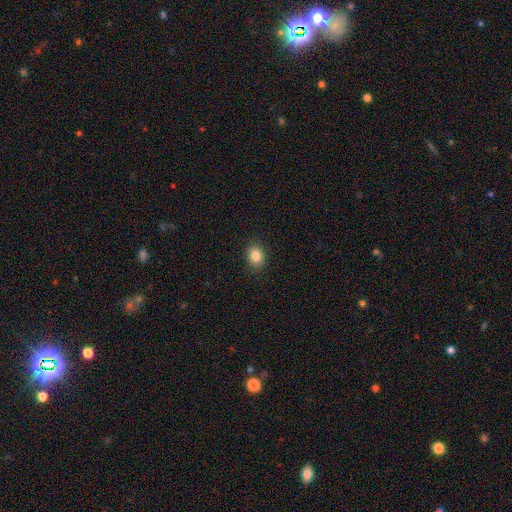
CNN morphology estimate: Q: Smooth or featured?
A: smooth (84%); runner-up: star or artifact (10%)
Q: How rounded?
A: in between (52%); runner-up: round (47%)
Q: Merging?
A: none (89%); runner-up: minor disturbance (8%)